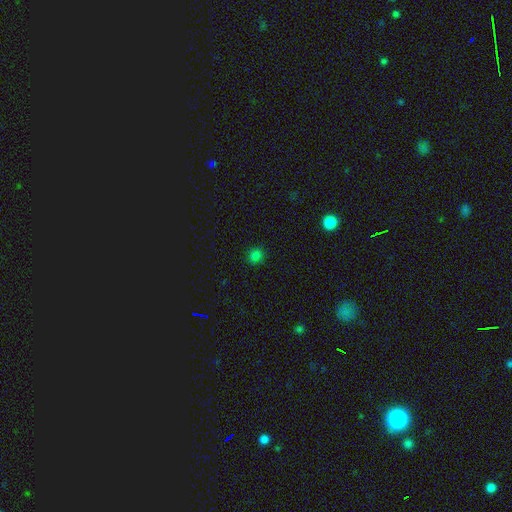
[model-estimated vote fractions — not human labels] Q: Smooth or featured?
A: smooth (79%); runner-up: star or artifact (17%)
Q: How rounded?
A: round (85%); runner-up: in between (14%)
Q: Merging?
A: none (90%); runner-up: minor disturbance (7%)